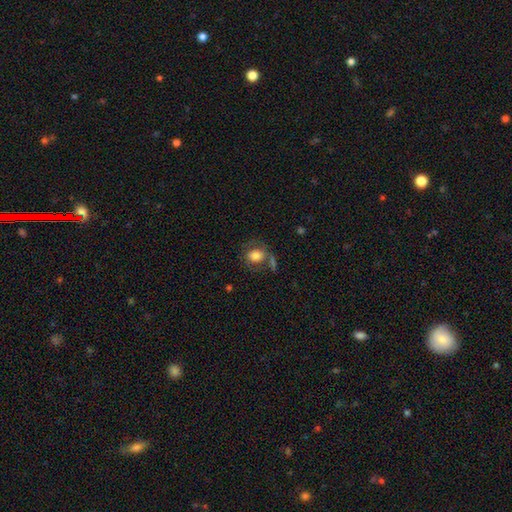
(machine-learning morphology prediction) Overall: smooth (73%). How rounded: round (54%; in between 44%). Merging: none (56%; minor disturbance 19%).